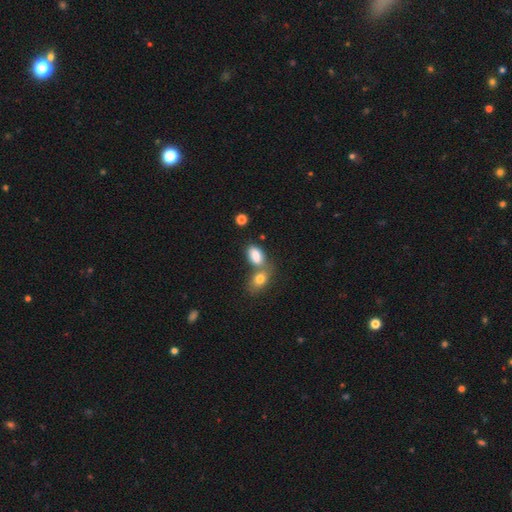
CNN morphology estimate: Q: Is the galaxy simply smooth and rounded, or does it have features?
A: smooth — 83%.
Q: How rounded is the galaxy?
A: in between — 90%.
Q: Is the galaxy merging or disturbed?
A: merger — 47%.